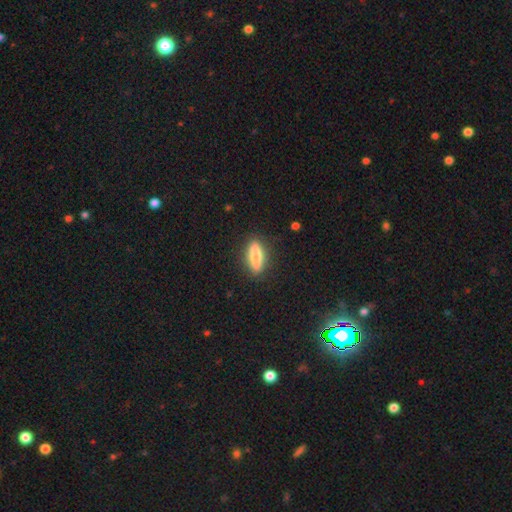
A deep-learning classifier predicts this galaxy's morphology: Smooth or featured? smooth (69%)
How rounded? cigar-shaped (56%)
Merging? none (86%)